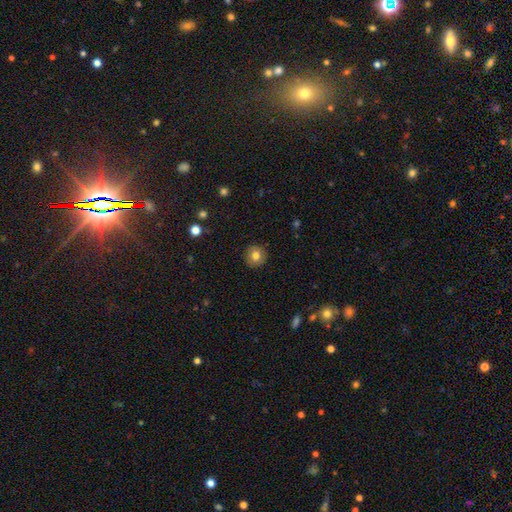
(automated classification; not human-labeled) Smooth or featured: smooth — 80% (featured or disk — 10%)
How rounded: round — 92% (in between — 7%)
Merging: none — 91% (minor disturbance — 6%)